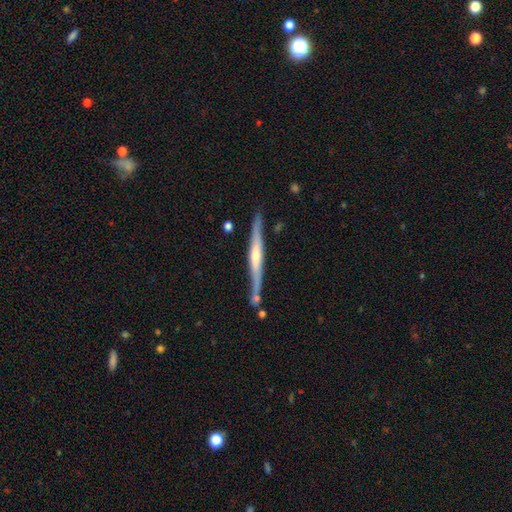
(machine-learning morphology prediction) A featured or disk galaxy (80%) viewed edge-on (98%) with a rounded central bulge (71%). Merging: none (83%).